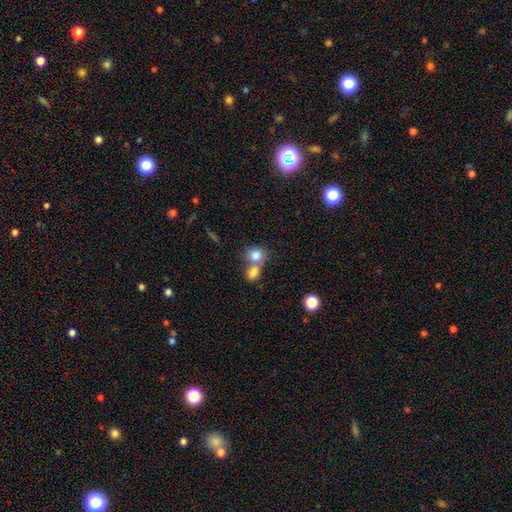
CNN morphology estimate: smooth 81%, star or artifact 10%, featured or disk 10%. Down the decision tree: how rounded — round (64%); merging — merger (54%).